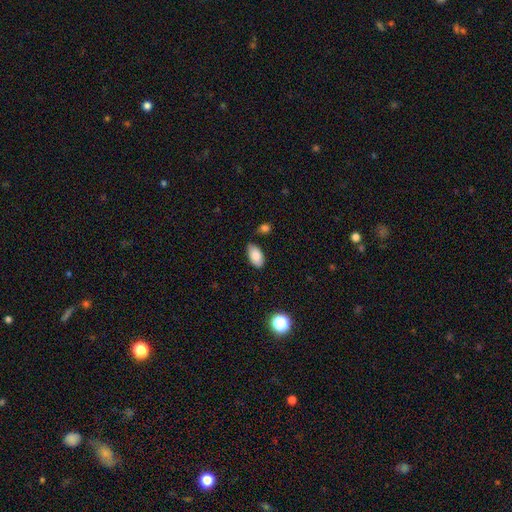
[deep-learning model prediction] This is clearly a smooth galaxy (84%). How rounded: clearly in between (94%). Merging: likely none (78%).